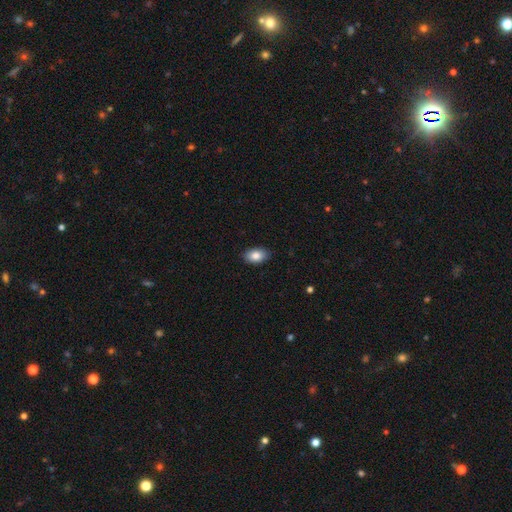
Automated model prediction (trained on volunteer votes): Smooth or featured?
  - smooth: 85% *
  - featured or disk: 8%
  - star or artifact: 7%
How rounded?
  - in between: 91% *
  - round: 8%
  - cigar-shaped: 1%
Merging?
  - none: 88% *
  - minor disturbance: 9%
  - major disturbance: 2%
  - merger: 1%